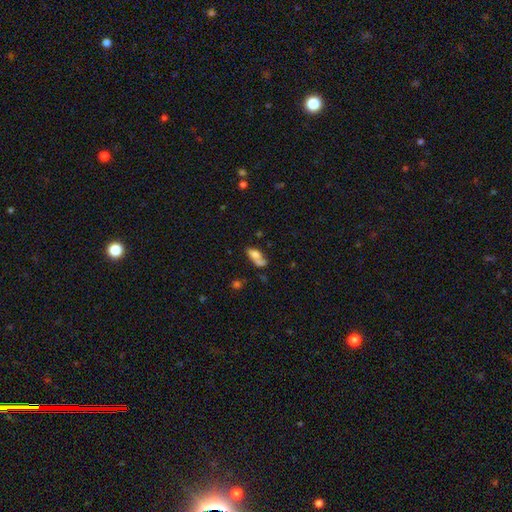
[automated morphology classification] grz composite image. It shows a smooth galaxy with no disk features (67%) that is in between round and cigar-shaped (81%). Merging: merger (40%).